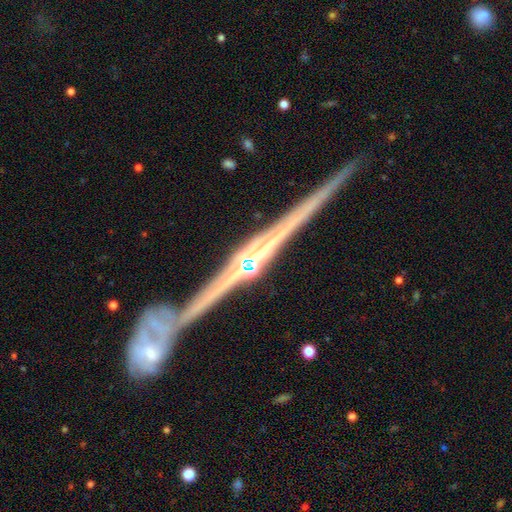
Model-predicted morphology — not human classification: A featured or disk galaxy (88%) viewed edge-on (98%) with a rounded central bulge (69%).

Vote fractions:
- Smooth or featured? featured or disk: 88% / star or artifact: 7% / smooth: 5%
- Edge-on disk? yes: 98% / no: 2%
- Edge-on bulge? rounded: 69% / boxy: 18% / none: 14%
- Merging? none: 74% / merger: 14% / minor disturbance: 9% / major disturbance: 3%